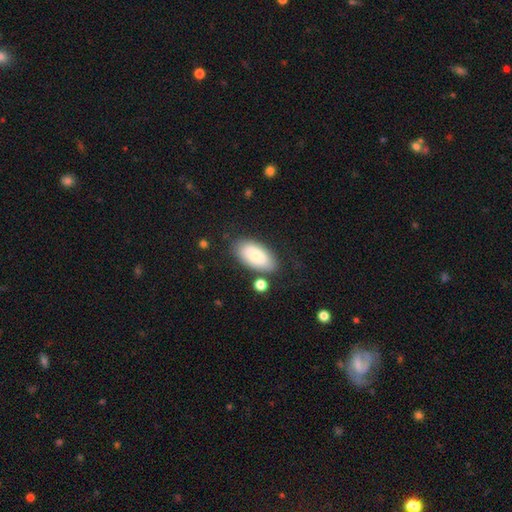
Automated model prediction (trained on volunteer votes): smooth 79%, featured or disk 14%, star or artifact 7%. Down the decision tree: how rounded — in between (94%); merging — none (76%).